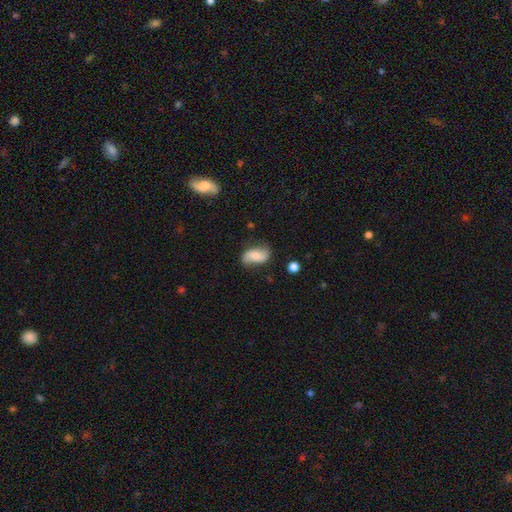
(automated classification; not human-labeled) Smooth or featured? Predicted: featured or disk (p=0.49). Merging? Predicted: none (p=0.69).